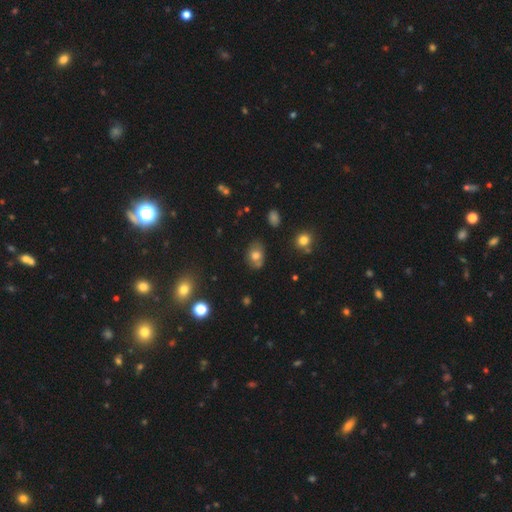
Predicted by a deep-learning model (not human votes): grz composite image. It shows a smooth galaxy with no disk features (69%) that is in between round and cigar-shaped (72%). Merging: none (61%).